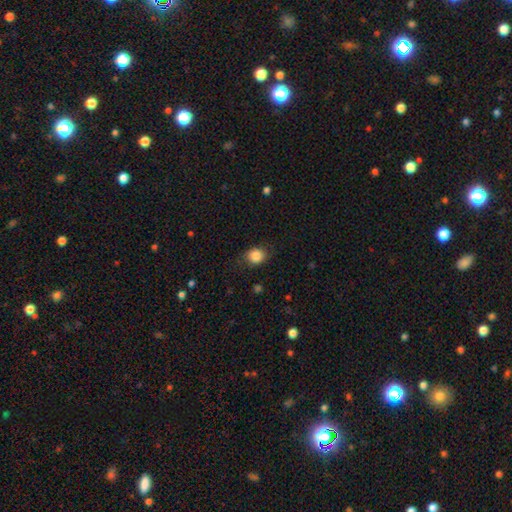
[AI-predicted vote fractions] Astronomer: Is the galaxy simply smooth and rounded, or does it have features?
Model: smooth — 84%.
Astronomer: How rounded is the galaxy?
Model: round — 63%.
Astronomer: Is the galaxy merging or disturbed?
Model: none — 78%.